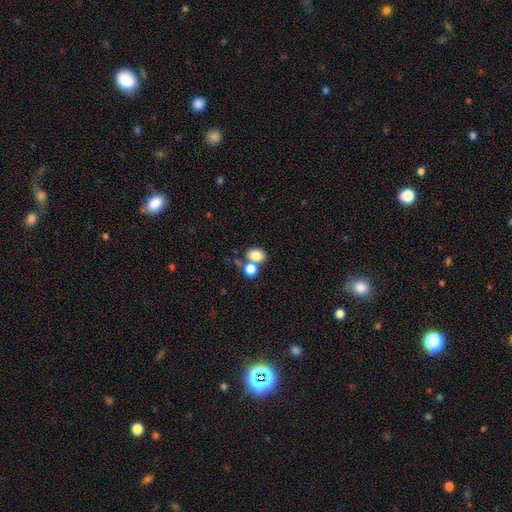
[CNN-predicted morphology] A smooth galaxy with no disk features (80%) that is in between round and cigar-shaped (61%). Merging: none (43%, tied with merger).